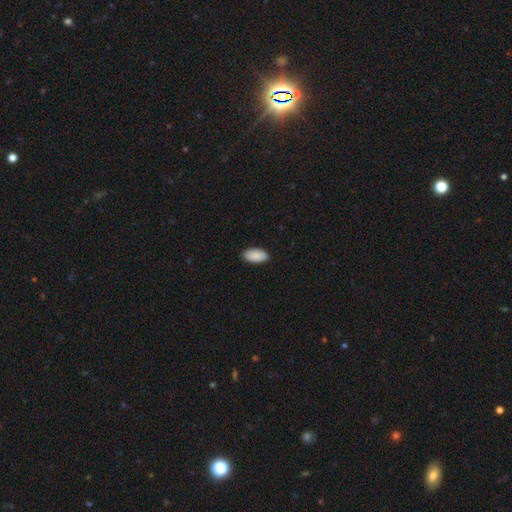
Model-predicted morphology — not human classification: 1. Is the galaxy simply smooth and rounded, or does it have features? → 91% smooth, 6% star or artifact, 3% featured or disk.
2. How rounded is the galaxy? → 95% in between, 2% cigar-shaped, 2% round.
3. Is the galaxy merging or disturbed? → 88% none, 9% minor disturbance, 2% major disturbance, 1% merger.